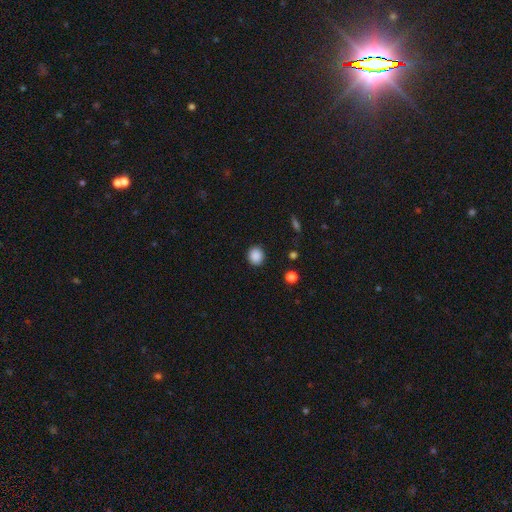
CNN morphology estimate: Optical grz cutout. It shows a smooth galaxy with no disk features (88%) that is round (80%). Merging: none (90%).